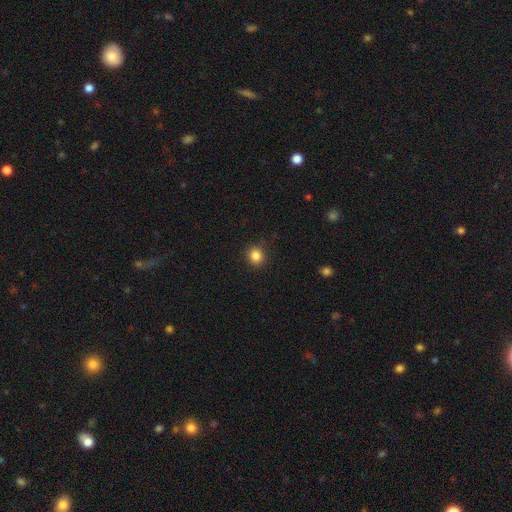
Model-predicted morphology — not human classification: smooth_or_featured: smooth (p=0.85) [alt: star or artifact p=0.11]
how_rounded: round (p=0.86) [alt: in between p=0.13]
merging: none (p=0.89) [alt: minor disturbance p=0.07]